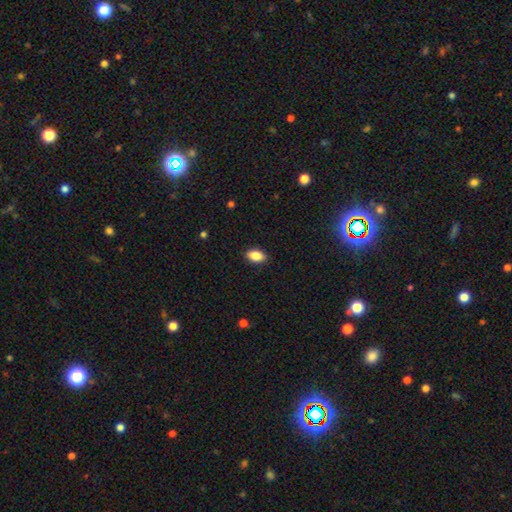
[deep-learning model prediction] Smooth or featured: smooth — 86% (star or artifact — 8%)
How rounded: in between — 91% (round — 7%)
Merging: none — 89% (minor disturbance — 8%)